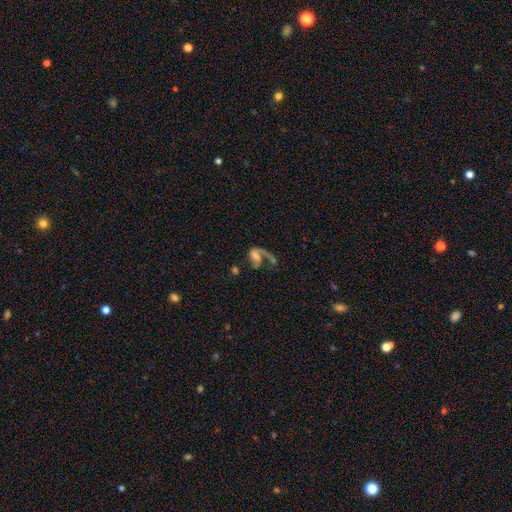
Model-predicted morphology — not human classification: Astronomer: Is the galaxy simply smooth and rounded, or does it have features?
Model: featured or disk — 67%.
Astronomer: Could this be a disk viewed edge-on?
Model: no — 97%.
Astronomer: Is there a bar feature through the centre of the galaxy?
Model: no — 48% (runner-up: weak, 33%).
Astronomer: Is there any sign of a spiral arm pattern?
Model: yes — 80%.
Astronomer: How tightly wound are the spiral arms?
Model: loose — 68%.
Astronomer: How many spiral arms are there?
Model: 1 — 67%.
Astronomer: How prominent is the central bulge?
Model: none — 33% (runner-up: small, 29%).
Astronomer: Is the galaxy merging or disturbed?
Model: major disturbance — 41% (runner-up: none, 29%).